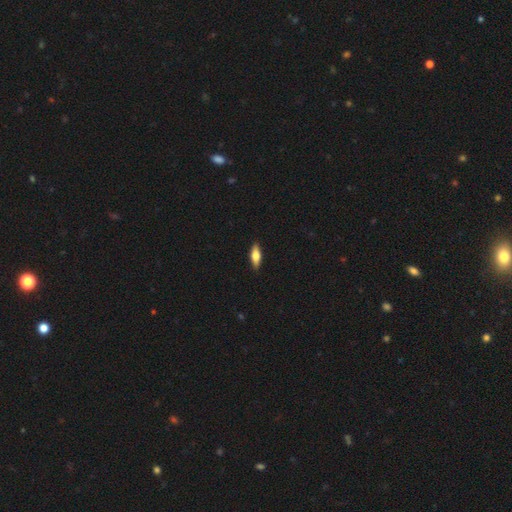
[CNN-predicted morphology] This is likely a smooth galaxy (63%). How rounded: likely in between (63%). Merging: clearly none (89%).